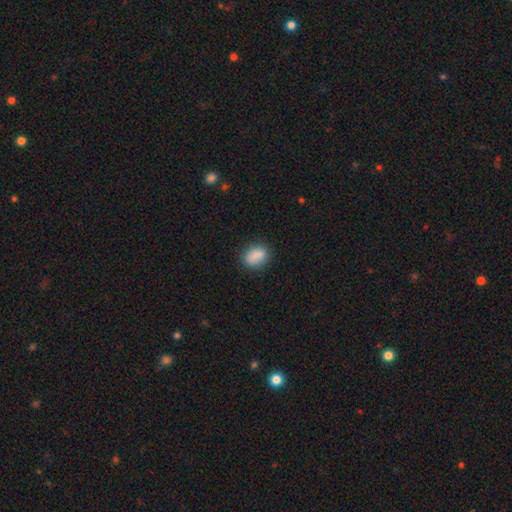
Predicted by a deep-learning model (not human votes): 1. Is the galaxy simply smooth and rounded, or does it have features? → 86% smooth, 8% star or artifact, 6% featured or disk.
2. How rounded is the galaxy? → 76% in between, 21% round, 3% cigar-shaped.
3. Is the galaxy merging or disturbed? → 80% none, 15% minor disturbance, 4% major disturbance, 2% merger.